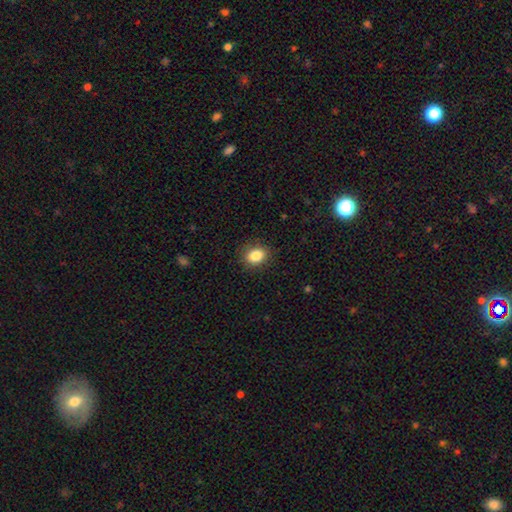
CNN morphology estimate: A smooth galaxy with no disk features (85%) that is in between round and cigar-shaped (54%). Merging: none (87%).